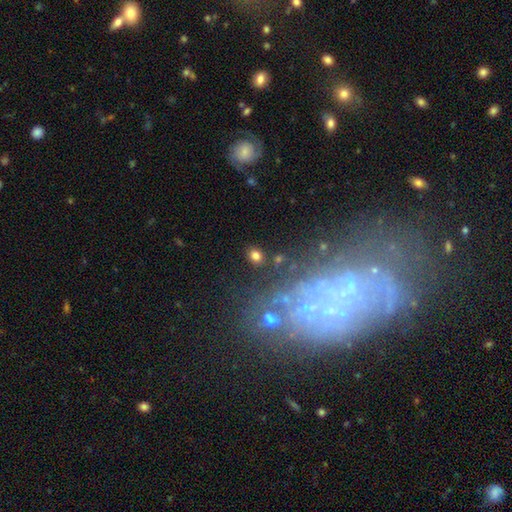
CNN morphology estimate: type=smooth (74%); roundness=round (60%); merging=none (81%).